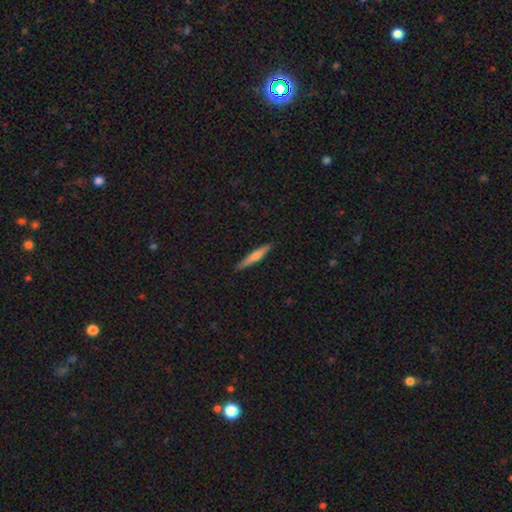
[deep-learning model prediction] Smooth or featured? smooth (54%)
How rounded? cigar-shaped (93%)
Merging? none (91%)